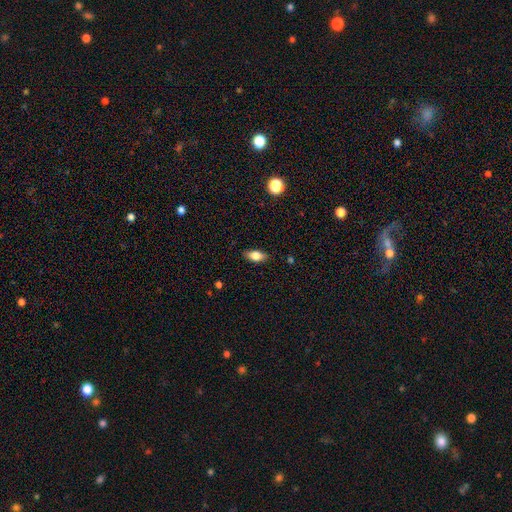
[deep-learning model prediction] Overall: smooth (78%). How rounded: in between (86%). Merging: none (85%).